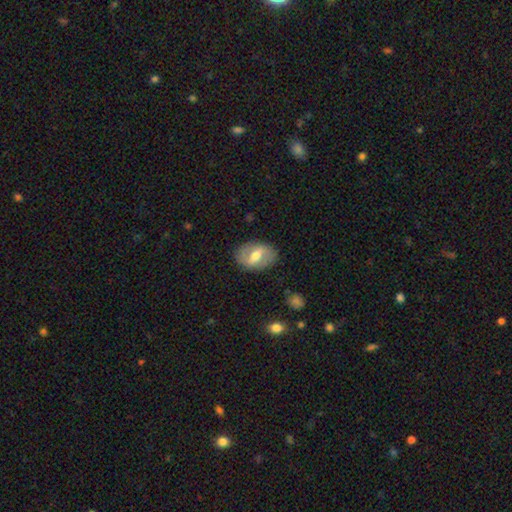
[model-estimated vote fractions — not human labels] A featured or disk galaxy (53%). Merging: none (83%).